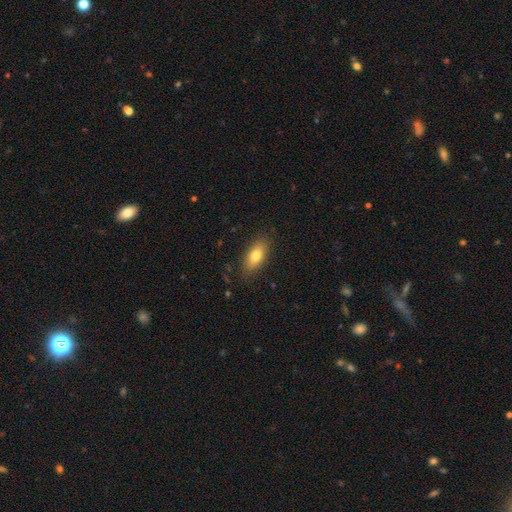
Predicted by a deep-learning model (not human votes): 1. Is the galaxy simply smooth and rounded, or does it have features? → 77% smooth, 16% featured or disk, 8% star or artifact.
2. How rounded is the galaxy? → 84% in between, 11% cigar-shaped, 5% round.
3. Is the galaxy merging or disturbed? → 84% none, 12% minor disturbance, 3% major disturbance, 1% merger.